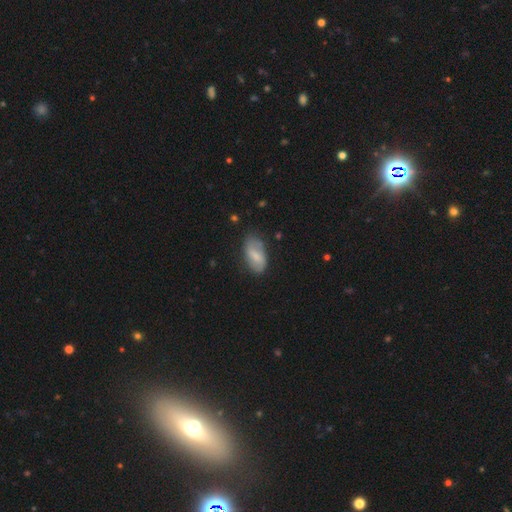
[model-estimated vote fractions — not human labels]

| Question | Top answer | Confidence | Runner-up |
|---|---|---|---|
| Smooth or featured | smooth | 59% | featured or disk (34%) |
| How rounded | in between | 92% | cigar-shaped (5%) |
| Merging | none | 69% | minor disturbance (23%) |